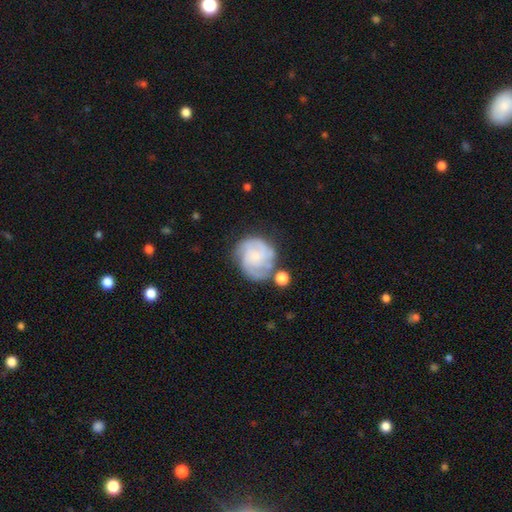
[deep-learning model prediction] Smooth or featured? Predicted: featured or disk (p=0.70). Edge-on disk? Predicted: no (p=0.98). Bar? Predicted: no (p=0.70). Spiral arms? Predicted: yes (p=0.93). Spiral winding? Predicted: tight (p=0.53). Spiral arm count? Predicted: 3 (p=0.35). Bulge size? Predicted: small (p=0.50). Merging? Predicted: none (p=0.61).